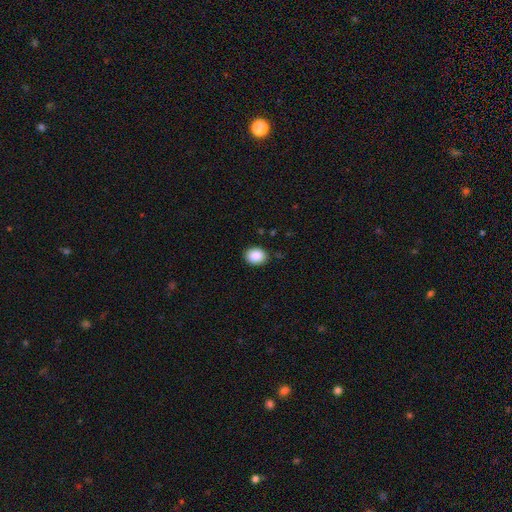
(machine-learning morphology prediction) A smooth galaxy with no disk features (89%) that is in between round and cigar-shaped (50%). Merging: none (88%).